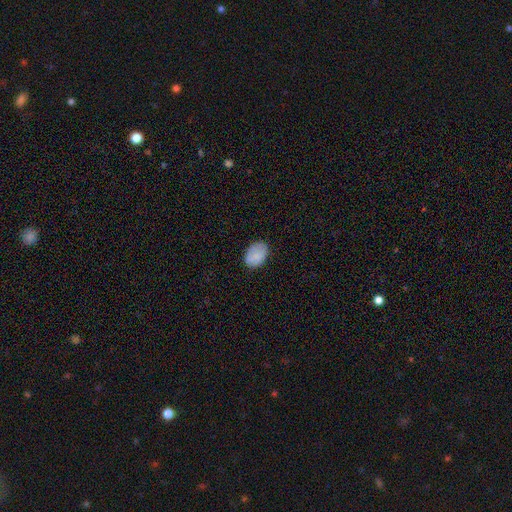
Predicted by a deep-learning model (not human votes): Morphology: type=smooth (83%); roundness=in between (82%); merging=none (79%).